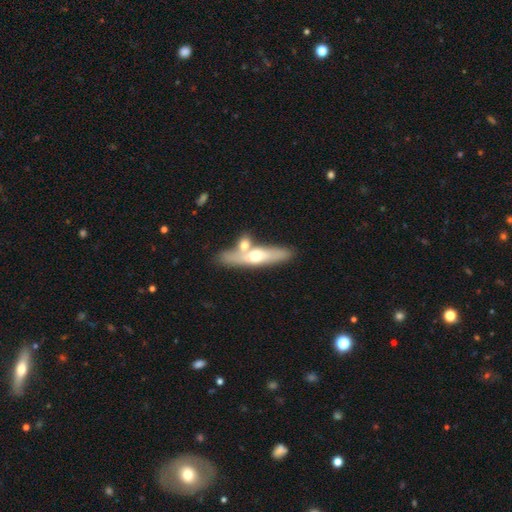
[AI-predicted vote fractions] smooth_or_featured: featured or disk (p=0.56) [alt: smooth p=0.38]
disk_edge_on: yes (p=0.76) [alt: no p=0.24]
merging: none (p=0.62) [alt: merger p=0.22]